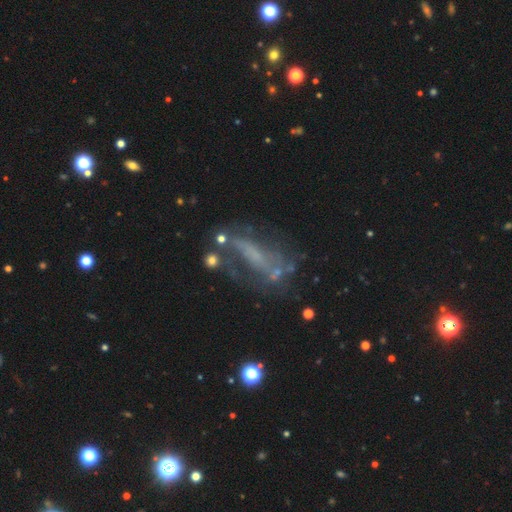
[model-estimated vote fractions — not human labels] smooth_or_featured: featured or disk (p=0.59) [alt: smooth p=0.21]
disk_edge_on: no (p=0.78) [alt: yes p=0.22]
merging: none (p=0.46) [alt: major disturbance p=0.25]